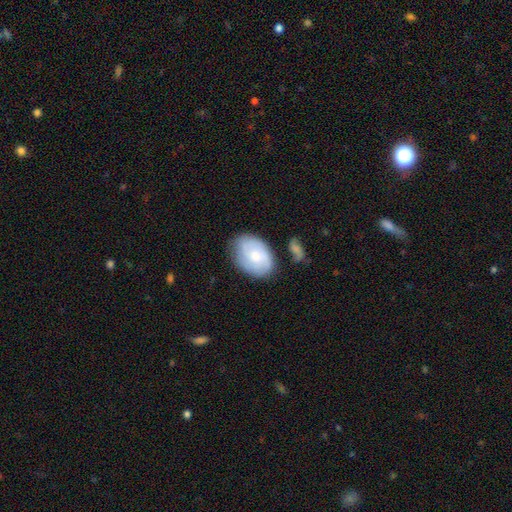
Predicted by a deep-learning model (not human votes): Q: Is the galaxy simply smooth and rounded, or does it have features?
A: smooth — 52%.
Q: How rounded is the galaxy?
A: in between — 78%.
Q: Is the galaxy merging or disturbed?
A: none — 66%.